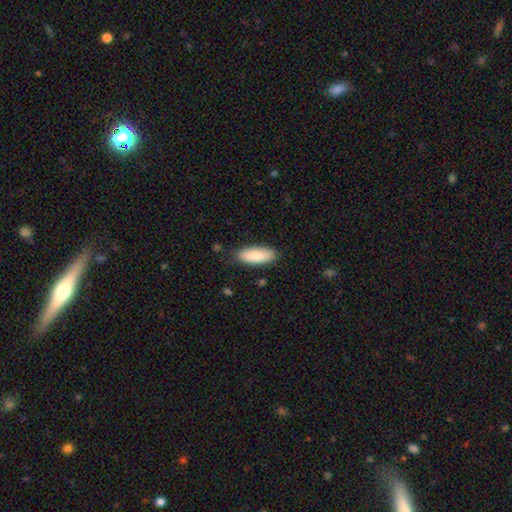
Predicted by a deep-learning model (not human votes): Smooth or featured? Predicted: smooth (p=0.88). How rounded? Predicted: in between (p=0.74). Merging? Predicted: none (p=0.84).